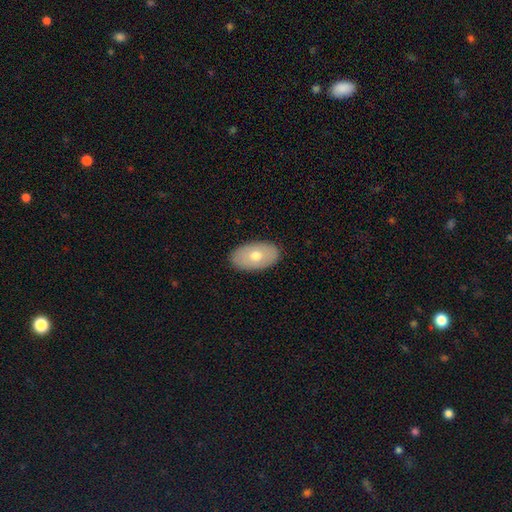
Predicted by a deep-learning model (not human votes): This appears to be a smooth galaxy with no disk features (63%) that is in between round and cigar-shaped (93%). Merging: none (88%).